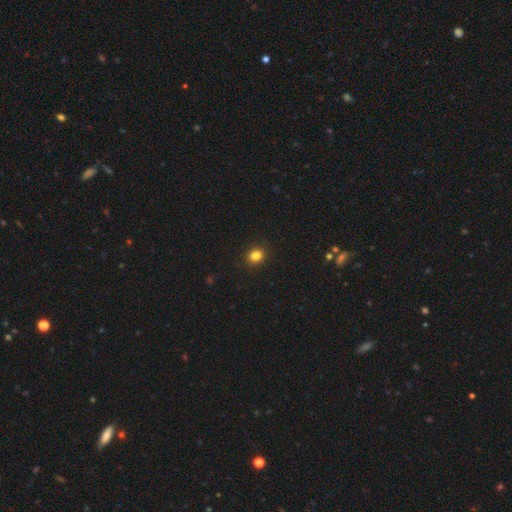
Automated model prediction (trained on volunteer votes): smooth-or-featured: smooth: 84% | star or artifact: 11% | featured or disk: 5%
  how-rounded: round: 66% | in between: 33% | cigar-shaped: 1%
  merging: none: 92% | minor disturbance: 6% | major disturbance: 2% | merger: 1%